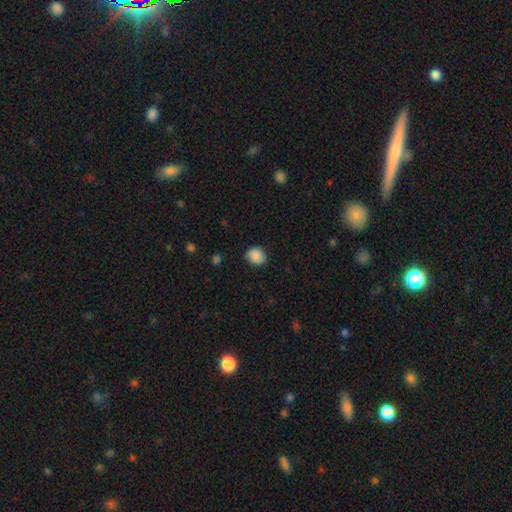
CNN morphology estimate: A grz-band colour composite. It shows a smooth galaxy with no disk features (88%) that is round (71%). Merging: none (82%).